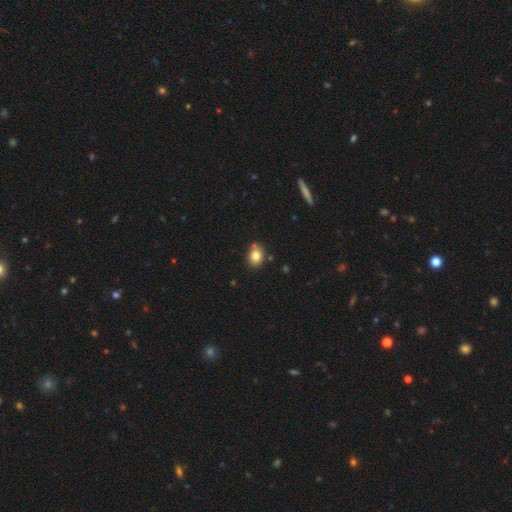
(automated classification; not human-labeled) smooth_or_featured: smooth (p=0.82) [alt: star or artifact p=0.10]
how_rounded: in between (p=0.61) [alt: round p=0.38]
merging: none (p=0.78) [alt: minor disturbance p=0.14]